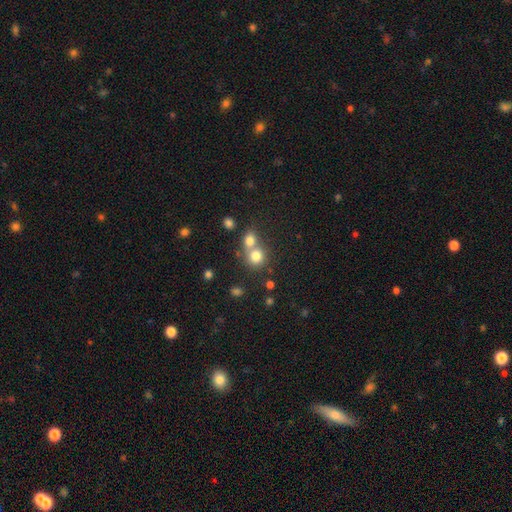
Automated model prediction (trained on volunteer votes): Smooth or featured: smooth — 77% (star or artifact — 13%)
How rounded: round — 83% (in between — 16%)
Merging: merger — 52% (none — 39%)